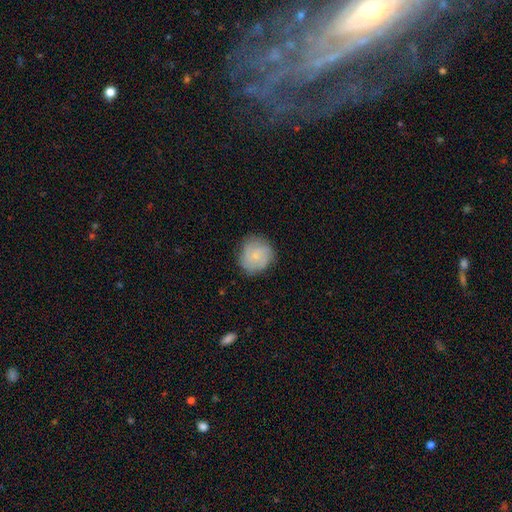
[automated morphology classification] The model was most divided on "smooth or featured": smooth: 61%, featured or disk: 31%, star or artifact: 8%. More confident: how rounded — round (87%); merging — none (78%).